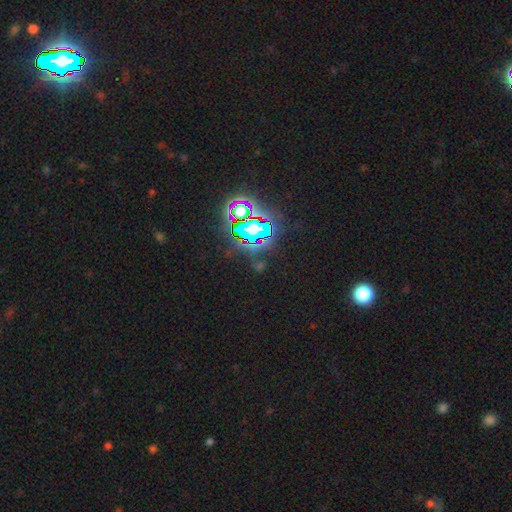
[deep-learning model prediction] smooth_or_featured: star or artifact (p=0.81) [alt: smooth p=0.11]